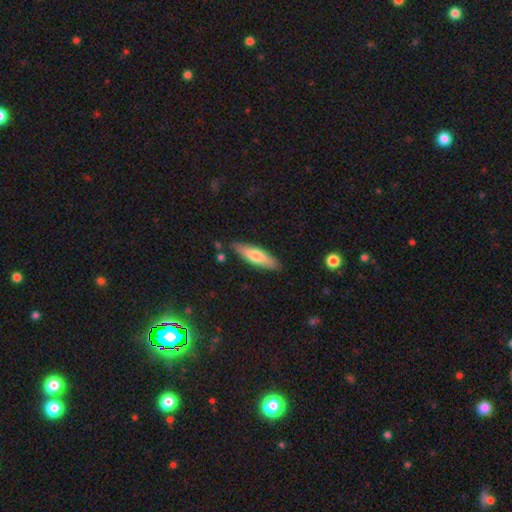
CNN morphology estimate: smooth_or_featured: smooth (p=0.66) [alt: featured or disk p=0.29]
how_rounded: cigar-shaped (p=0.64) [alt: in between p=0.34]
merging: none (p=0.85) [alt: minor disturbance p=0.11]